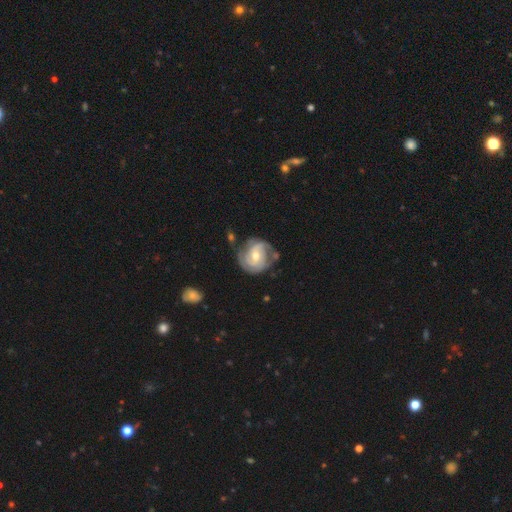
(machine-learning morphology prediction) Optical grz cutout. It shows a featured or disk galaxy (85%) with no bar (48%), 2 (51%) tight (59%) spiral arms (94%) and a moderate central bulge (63%). Merging: none (64%).